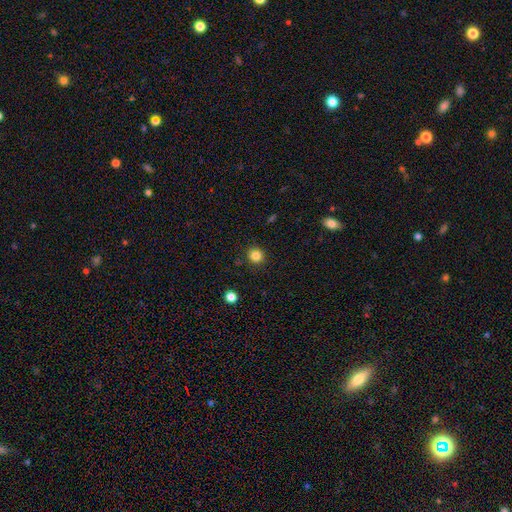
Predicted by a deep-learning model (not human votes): The model was most divided on "smooth or featured": smooth: 84%, star or artifact: 12%, featured or disk: 4%. More confident: how rounded — round (91%); merging — none (89%).